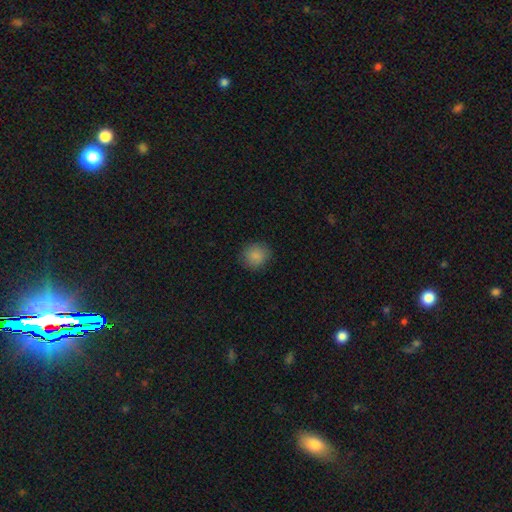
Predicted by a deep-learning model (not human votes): Smooth or featured? Predicted: smooth (p=0.87). How rounded? Predicted: round (p=0.85). Merging? Predicted: none (p=0.86).